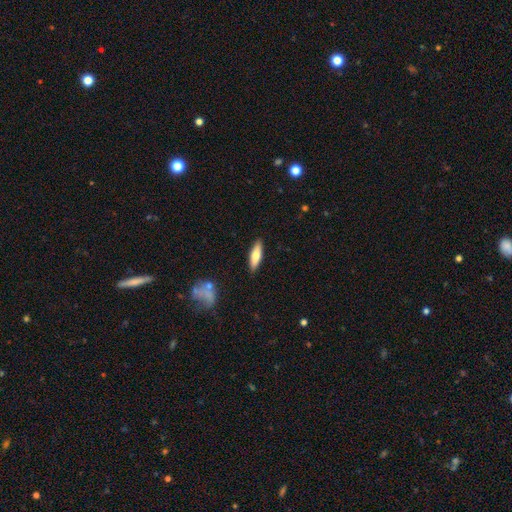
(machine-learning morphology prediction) This appears to be a smooth galaxy with no disk features (66%) that is cigar-shaped (61%). Merging: none (88%).